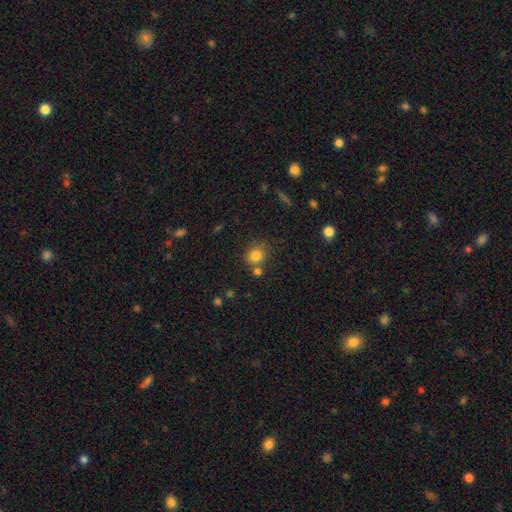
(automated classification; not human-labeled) smooth 81%, star or artifact 12%, featured or disk 7%. Down the decision tree: how rounded — round (78%); merging — none (67%).